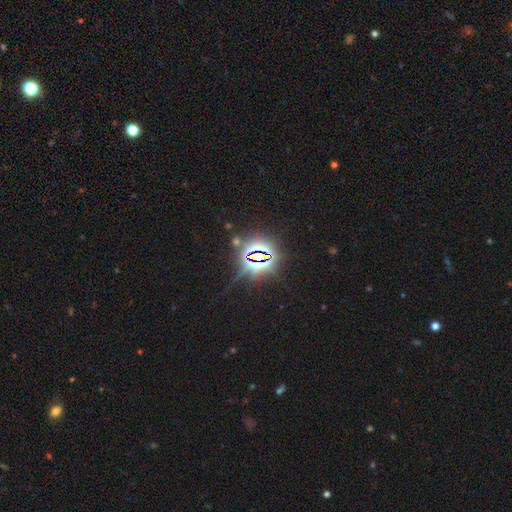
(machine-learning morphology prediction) A star or artifact, not a galaxy (83%).